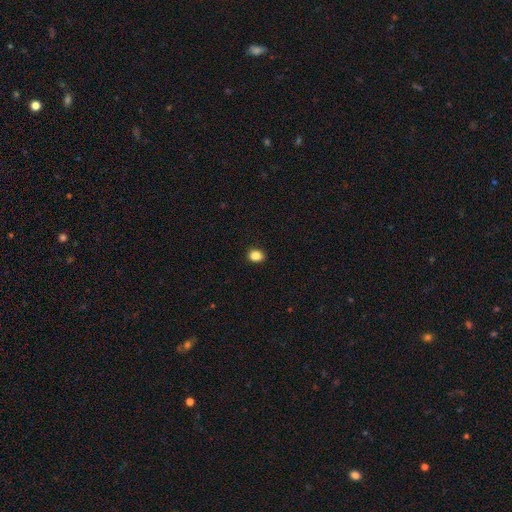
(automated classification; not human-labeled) Smooth or featured? smooth (87%)
How rounded? in between (58%)
Merging? none (90%)